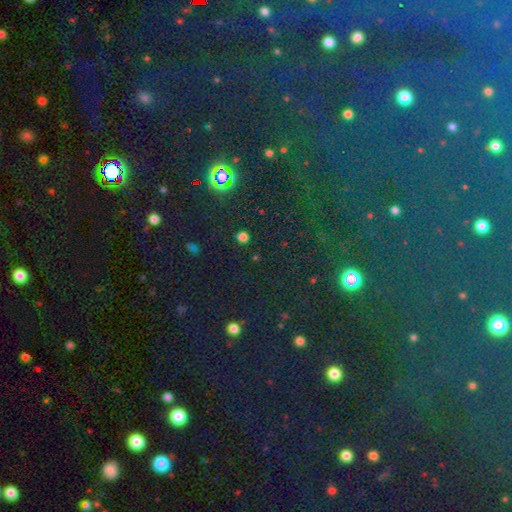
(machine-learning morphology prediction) Smooth or featured: star or artifact — 78% (smooth — 14%)